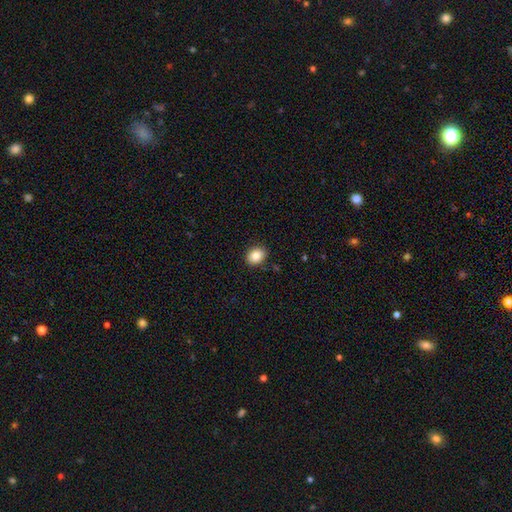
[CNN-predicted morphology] The model was most divided on "how rounded": in between: 54%, round: 46%, cigar-shaped: 1%. More confident: merging — none (88%); smooth or featured — smooth (87%).